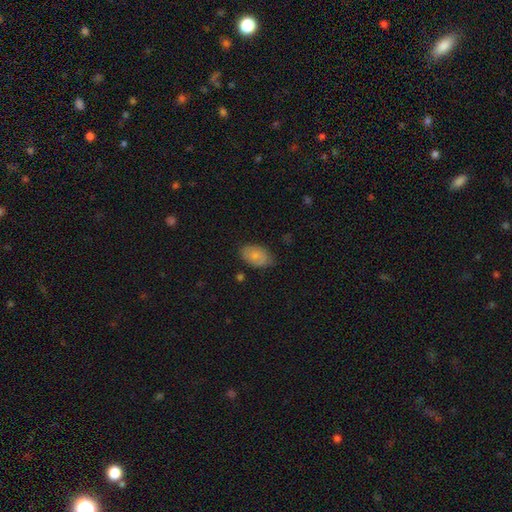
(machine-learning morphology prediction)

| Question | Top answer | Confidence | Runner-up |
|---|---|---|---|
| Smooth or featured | smooth | 70% | featured or disk (23%) |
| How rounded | in between | 89% | round (10%) |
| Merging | none | 75% | minor disturbance (20%) |